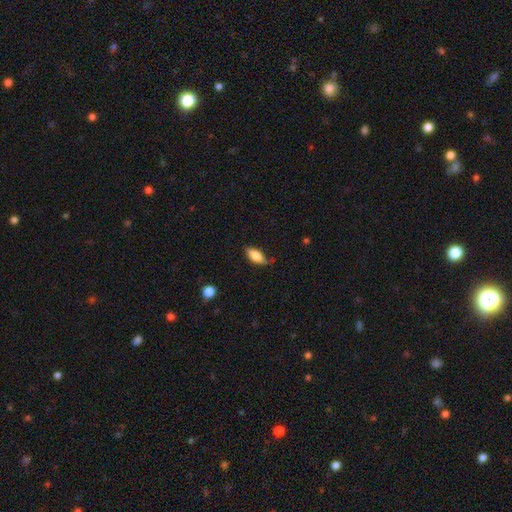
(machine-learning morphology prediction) smooth 79%, featured or disk 14%, star or artifact 7%. Down the decision tree: how rounded — in between (83%); merging — none (61%).